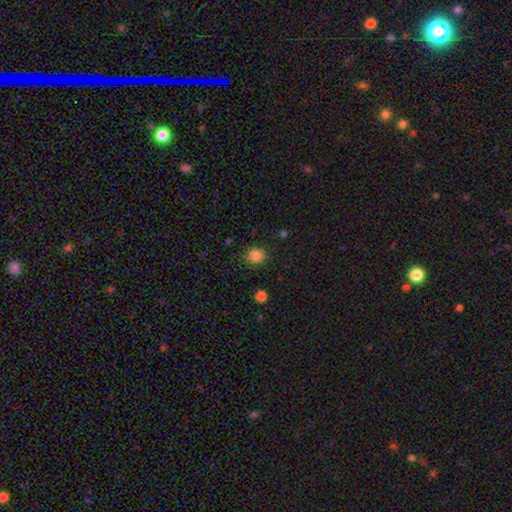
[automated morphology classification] Smooth or featured? smooth (84%)
How rounded? round (71%)
Merging? none (86%)